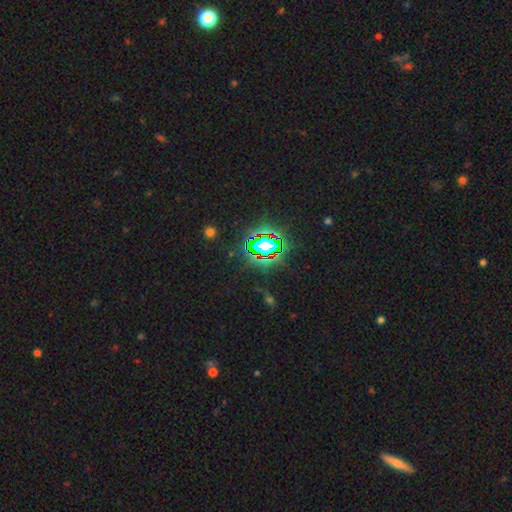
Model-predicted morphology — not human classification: The model was most divided on "smooth or featured": star or artifact: 81%, smooth: 12%, featured or disk: 7%.